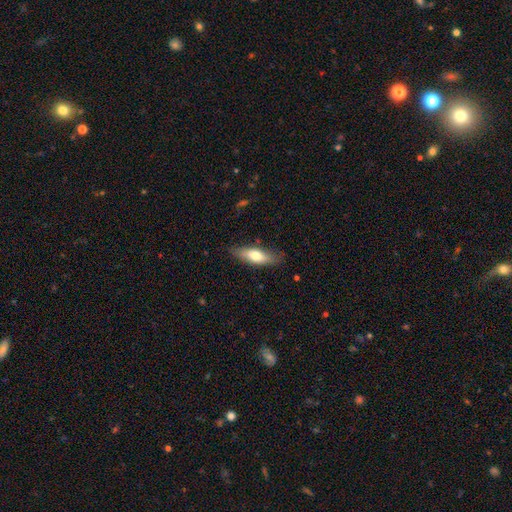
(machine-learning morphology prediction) Overall: smooth (67%). How rounded: in between (52%; cigar-shaped 46%). Merging: none (81%).